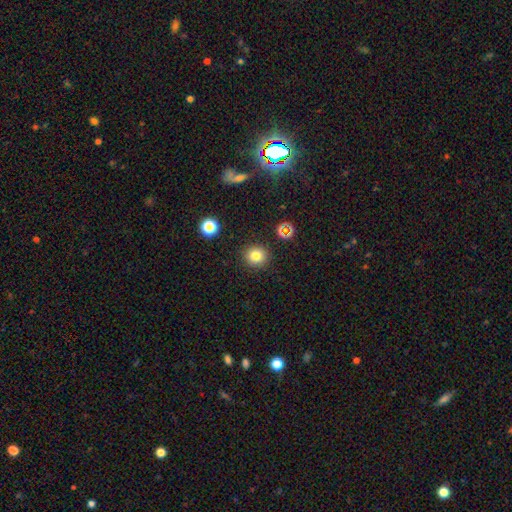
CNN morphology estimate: Q: Smooth or featured?
A: smooth (79%); runner-up: star or artifact (14%)
Q: How rounded?
A: round (90%); runner-up: in between (9%)
Q: Merging?
A: none (90%); runner-up: minor disturbance (6%)